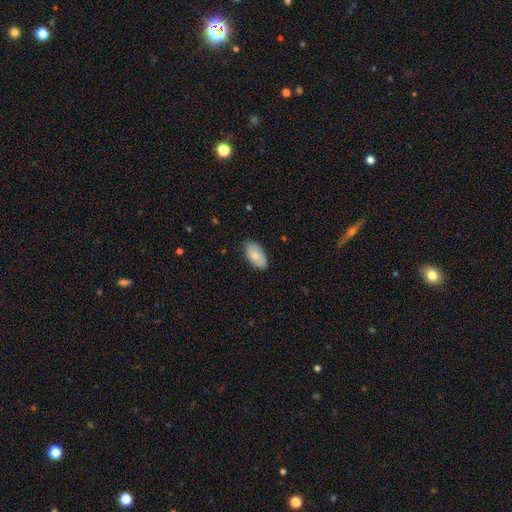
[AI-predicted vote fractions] Smooth or featured?
  - smooth: 75% *
  - featured or disk: 19%
  - star or artifact: 6%
How rounded?
  - in between: 94% *
  - round: 4%
  - cigar-shaped: 2%
Merging?
  - none: 80% *
  - minor disturbance: 17%
  - major disturbance: 2%
  - merger: 1%